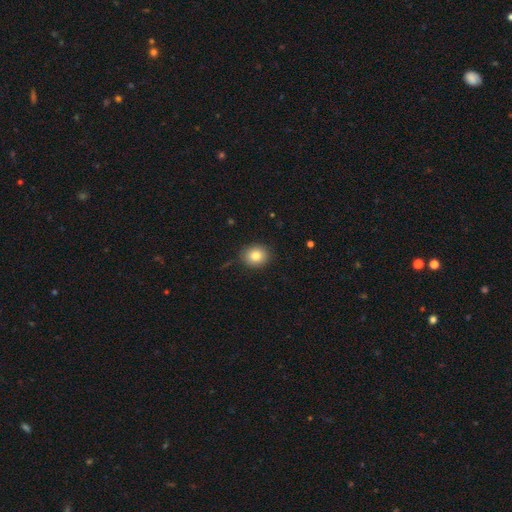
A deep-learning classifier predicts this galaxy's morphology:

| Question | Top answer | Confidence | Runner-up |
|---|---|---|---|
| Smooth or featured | smooth | 83% | star or artifact (9%) |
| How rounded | round | 75% | in between (24%) |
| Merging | none | 87% | minor disturbance (10%) |